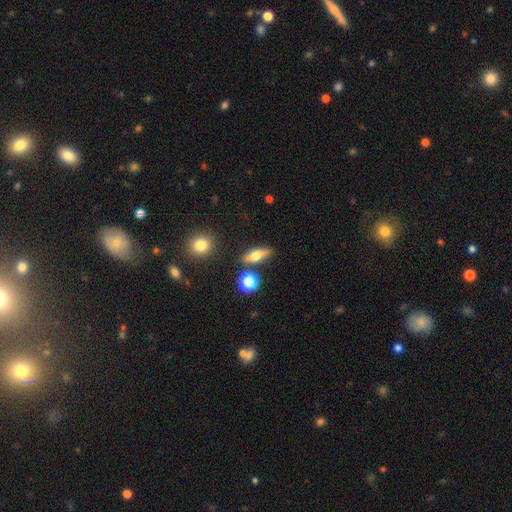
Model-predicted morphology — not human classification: Smooth or featured: smooth — 58% (featured or disk — 32%)
How rounded: in between — 50% (cigar-shaped — 38%)
Merging: none — 81% (minor disturbance — 10%)